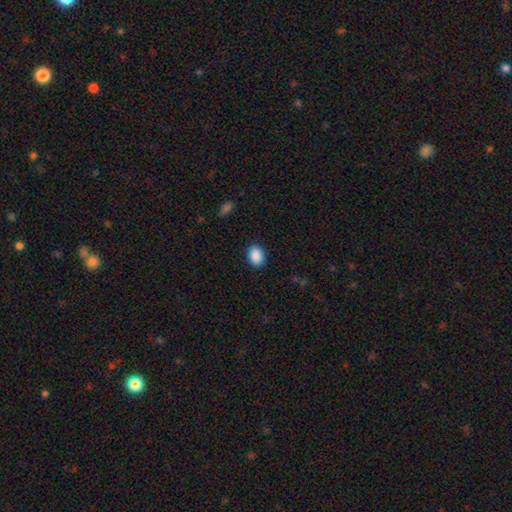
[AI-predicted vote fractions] The model was most divided on "how rounded": in between: 66%, round: 33%, cigar-shaped: 1%. More confident: smooth or featured — smooth (90%); merging — none (89%).